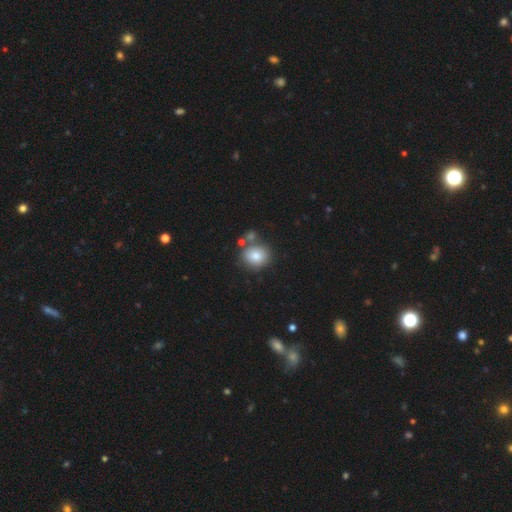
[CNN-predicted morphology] A smooth galaxy with no disk features (81%) that is round (73%). Merging: none (66%).